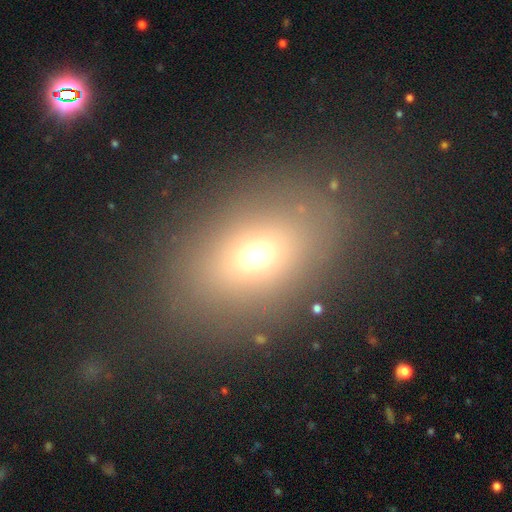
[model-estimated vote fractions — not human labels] This is likely a smooth galaxy (65%). How rounded: likely in between (66%). Merging: likely none (78%).